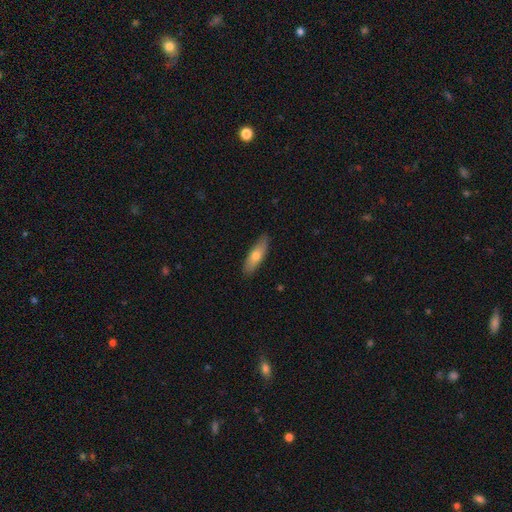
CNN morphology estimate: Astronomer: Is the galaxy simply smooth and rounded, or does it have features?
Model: smooth — 66%.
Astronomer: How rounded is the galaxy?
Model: cigar-shaped — 51% (runner-up: in between, 47%).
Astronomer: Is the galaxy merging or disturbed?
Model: none — 88%.